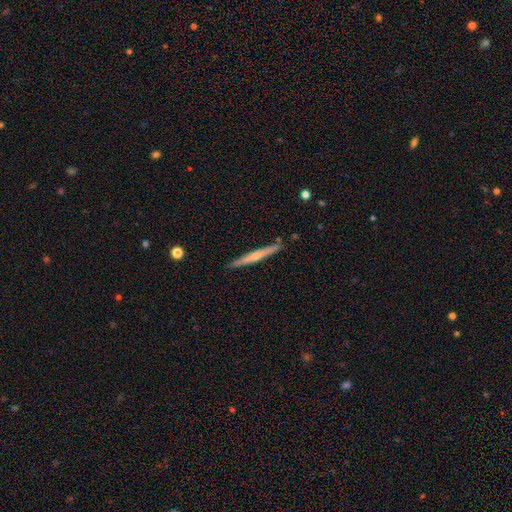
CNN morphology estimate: This appears to be a featured or disk galaxy (54%) viewed edge-on (97%) with a rounded central bulge (55%). Merging: none (88%).